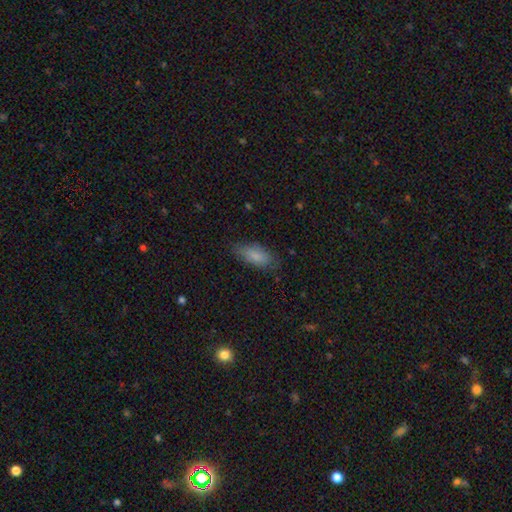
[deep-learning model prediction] Smooth or featured?
  - smooth: 82% *
  - featured or disk: 11%
  - star or artifact: 7%
How rounded?
  - in between: 83% *
  - cigar-shaped: 15%
  - round: 2%
Merging?
  - none: 76% *
  - minor disturbance: 18%
  - major disturbance: 4%
  - merger: 1%